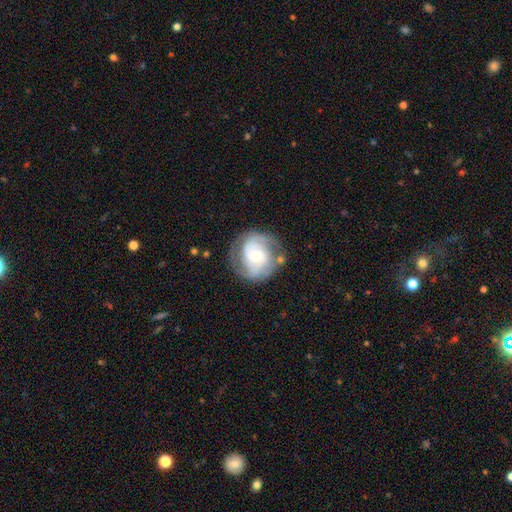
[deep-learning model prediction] A featured or disk galaxy (78%) with no bar (55%), 2 (64%) medium (43%, tied with tight) spiral arms (93%) and a small central bulge (47%).

Vote fractions:
- Smooth or featured? featured or disk: 78% / smooth: 16% / star or artifact: 6%
- Edge-on disk? no: 98% / yes: 2%
- Bar? no: 55% / weak: 37% / strong: 8%
- Spiral arms? yes: 93% / no: 7%
- Spiral winding? medium: 43% (tied) / tight: 43% (tied) / loose: 14%
- Spiral arm count? 2: 64% / can't tell: 15% / 3: 12% / 1: 4% / 4: 3% / more than 4: 2%
- Bulge size? small: 47% / moderate: 44% / large: 6% / none: 2% / dominant: 1%
- Merging? none: 71% / minor disturbance: 17% / major disturbance: 9% / merger: 4%